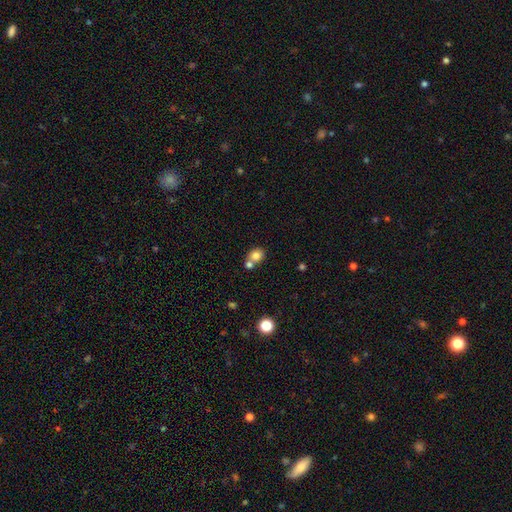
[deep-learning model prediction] Smooth or featured?
  - smooth: 80% *
  - star or artifact: 11%
  - featured or disk: 9%
How rounded?
  - round: 72% *
  - in between: 27%
  - cigar-shaped: 1%
Merging?
  - none: 47% *
  - merger: 42%
  - minor disturbance: 8%
  - major disturbance: 3%